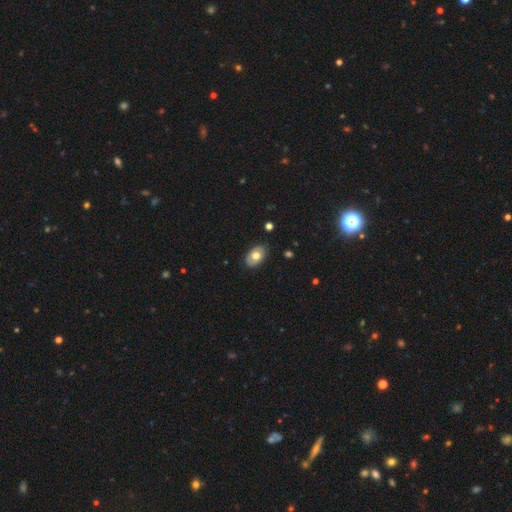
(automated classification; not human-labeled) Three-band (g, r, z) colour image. It shows a smooth galaxy with no disk features (66%) that is in between round and cigar-shaped (89%). Merging: none (81%).